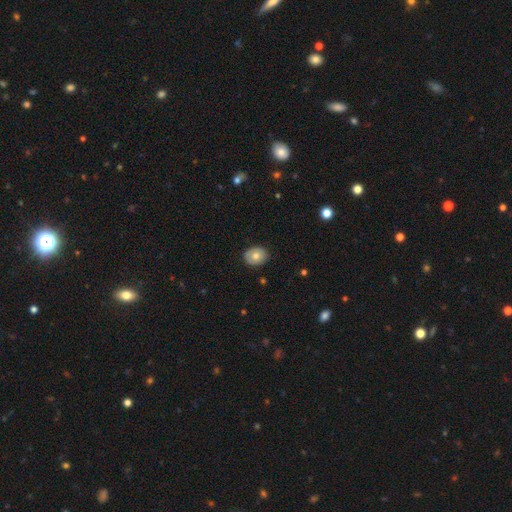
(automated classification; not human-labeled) Q: Smooth or featured?
A: smooth (72%); runner-up: featured or disk (20%)
Q: How rounded?
A: round (55%); runner-up: in between (44%)
Q: Merging?
A: none (86%); runner-up: minor disturbance (11%)